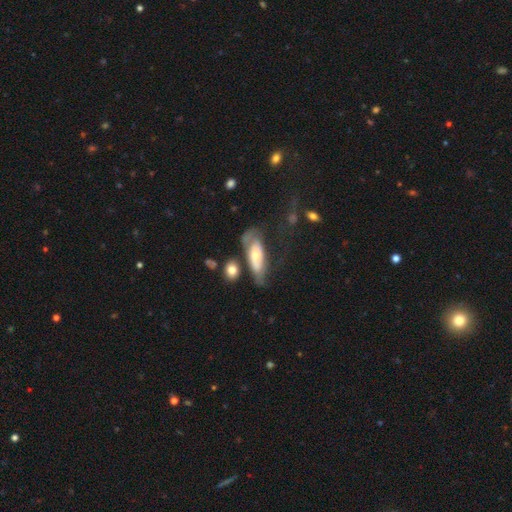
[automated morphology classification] Smooth or featured: smooth — 47% (featured or disk — 46%)
Merging: none — 35% (major disturbance — 27%)